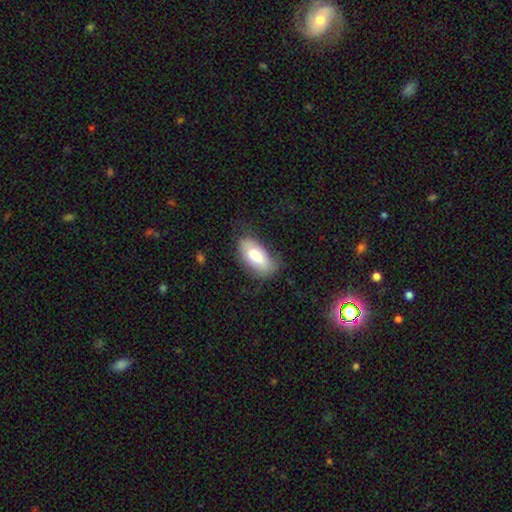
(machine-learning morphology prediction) smooth 76%, featured or disk 18%, star or artifact 6%. Down the decision tree: how rounded — in between (93%); merging — none (64%).